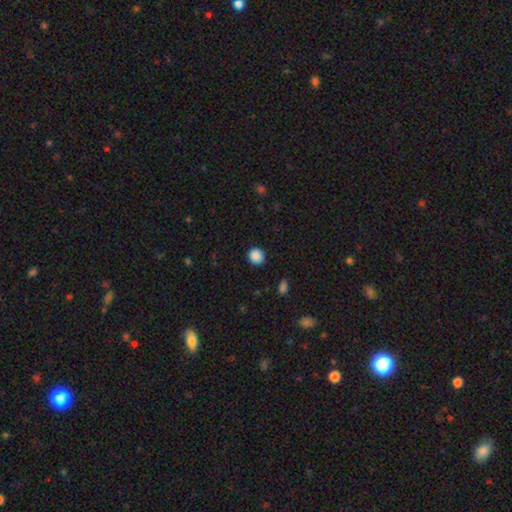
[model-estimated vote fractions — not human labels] Smooth or featured?
  - smooth: 88% *
  - star or artifact: 9%
  - featured or disk: 3%
How rounded?
  - round: 83% *
  - in between: 16%
  - cigar-shaped: 1%
Merging?
  - none: 88% *
  - minor disturbance: 9%
  - major disturbance: 2%
  - merger: 1%